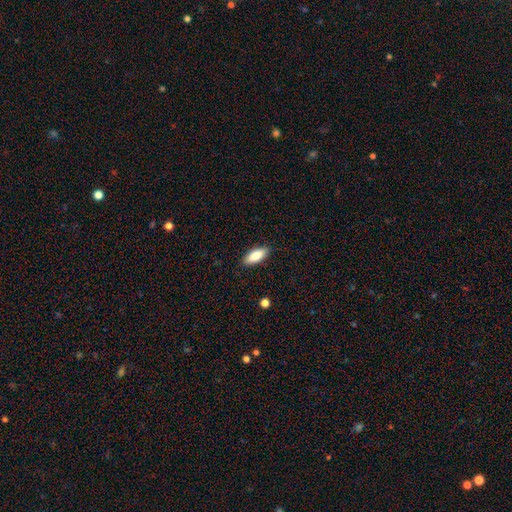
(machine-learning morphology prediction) This appears to be a smooth galaxy with no disk features (82%) that is in between round and cigar-shaped (80%). Merging: none (89%).